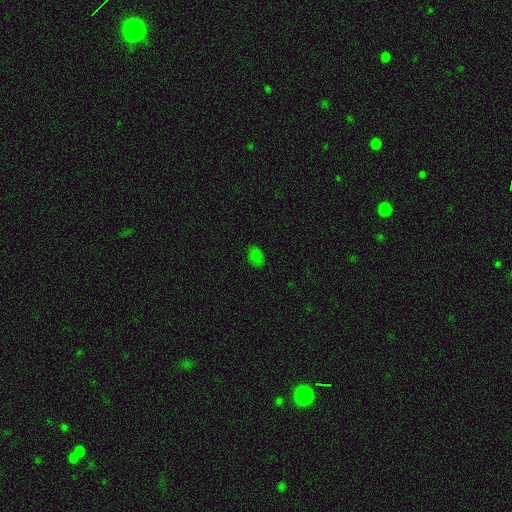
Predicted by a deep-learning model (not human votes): A smooth galaxy with no disk features (77%) that is in between round and cigar-shaped (78%). Merging: none (81%).